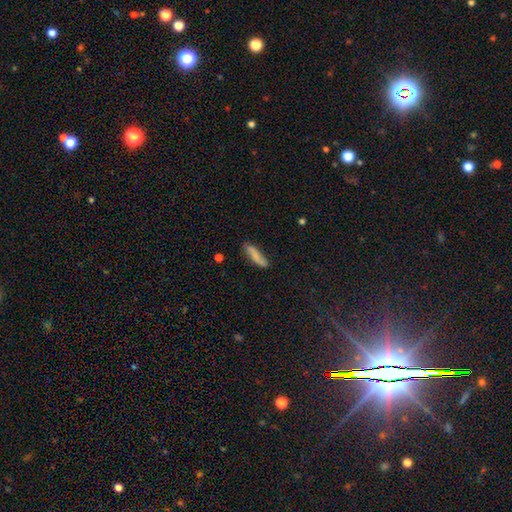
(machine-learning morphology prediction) A smooth galaxy with no disk features (78%) that is cigar-shaped (71%).

Vote fractions:
- Smooth or featured? smooth: 78% / featured or disk: 15% / star or artifact: 7%
- How rounded? cigar-shaped: 71% / in between: 27% / round: 2%
- Merging? none: 70% / minor disturbance: 22% / major disturbance: 5% / merger: 3%